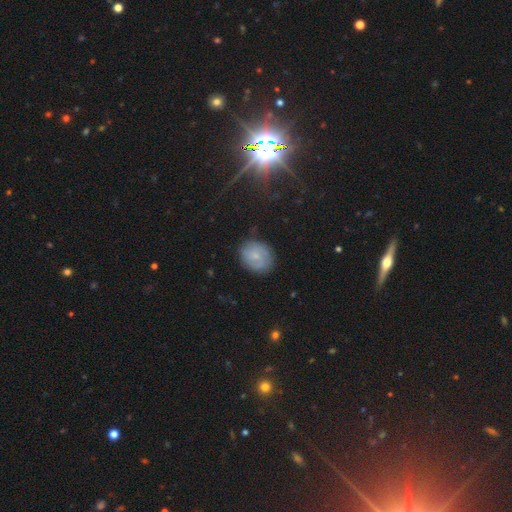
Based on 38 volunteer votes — Volunteers were most divided on "spiral winding" (2-way tie): tight: 44%, medium: 44%, loose: 11%. More confident: edge-on disk — no (96%); merging — none (89%); bulge size — small (86%); spiral arms — yes (82%); spiral arm count — 3 (78%); bar — no (77%); smooth or featured — featured or disk (61%).